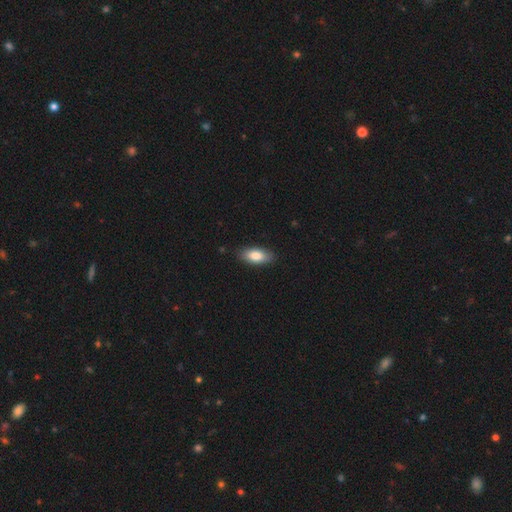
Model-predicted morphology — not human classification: The model was most divided on "smooth or featured": smooth: 82%, featured or disk: 11%, star or artifact: 6%. More confident: merging — none (87%); how rounded — in between (86%).